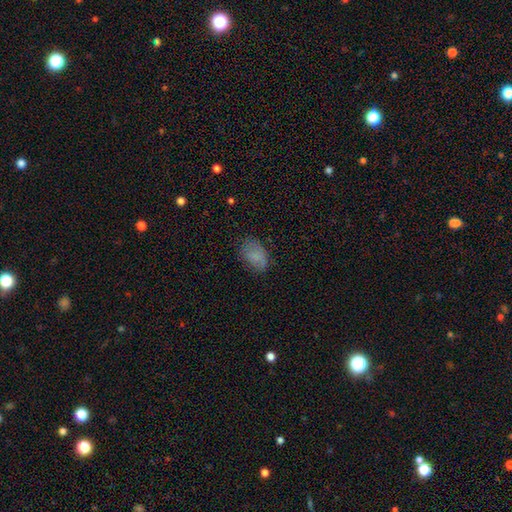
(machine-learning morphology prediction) This is likely a smooth galaxy (78%). How rounded: clearly in between (86%). Merging: likely none (66%).